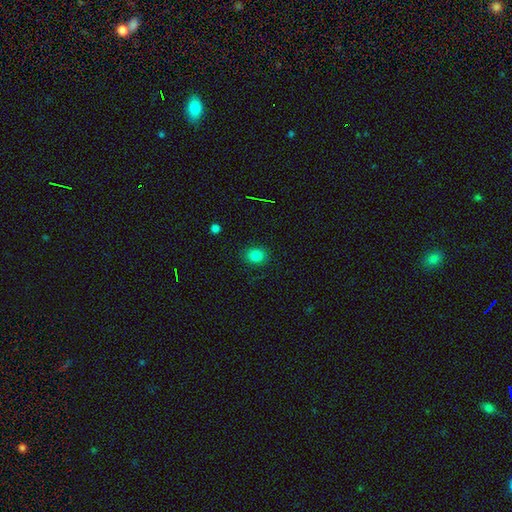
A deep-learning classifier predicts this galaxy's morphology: smooth-or-featured: smooth: 82% | star or artifact: 13% | featured or disk: 5%
  how-rounded: round: 59% | in between: 40% | cigar-shaped: 1%
  merging: none: 87% | minor disturbance: 9% | major disturbance: 2% | merger: 1%